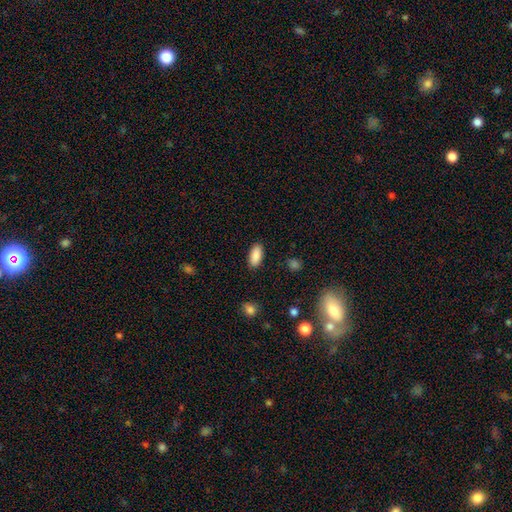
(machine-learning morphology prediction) smooth-or-featured: smooth: 89% | star or artifact: 7% | featured or disk: 4%
  how-rounded: in between: 89% | cigar-shaped: 9% | round: 2%
  merging: none: 88% | minor disturbance: 8% | major disturbance: 2% | merger: 1%